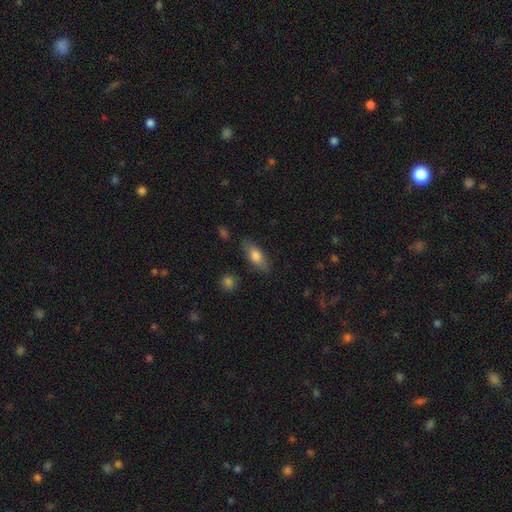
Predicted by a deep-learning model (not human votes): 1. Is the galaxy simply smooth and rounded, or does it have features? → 76% smooth, 17% featured or disk, 7% star or artifact.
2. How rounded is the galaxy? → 78% in between, 19% cigar-shaped, 3% round.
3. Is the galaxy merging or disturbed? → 82% none, 13% minor disturbance, 3% major disturbance, 2% merger.